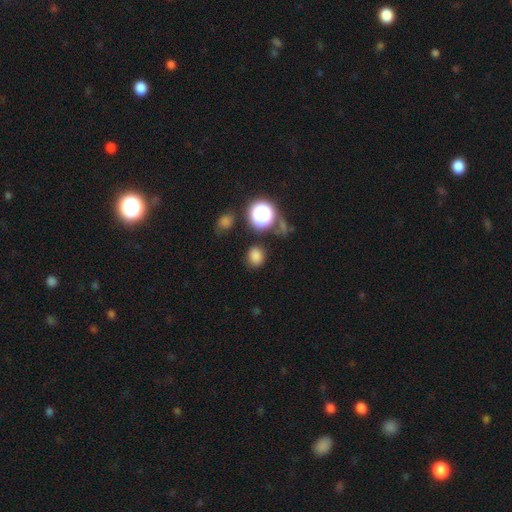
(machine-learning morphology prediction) type=smooth (79%); roundness=round (70%); merging=none (81%).